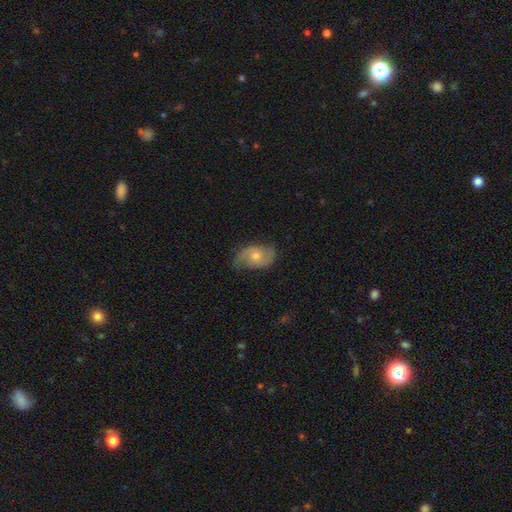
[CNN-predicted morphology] This appears to be a featured or disk galaxy (75%) with no bar (69%), 2 (85%) medium (46%) spiral arms (93%) and a moderate central bulge (55%). Merging: none (72%).